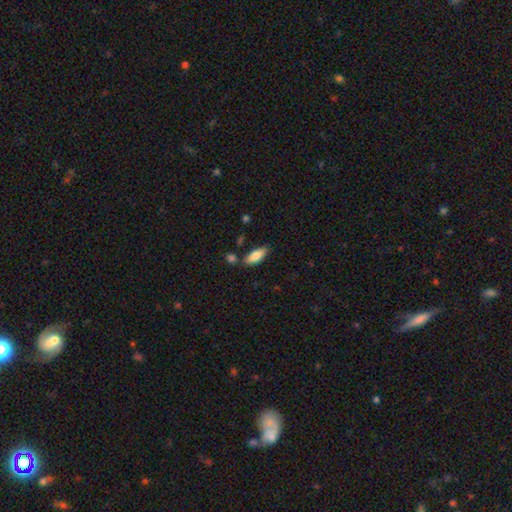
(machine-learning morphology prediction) Q: Smooth or featured?
A: smooth (77%); runner-up: featured or disk (17%)
Q: How rounded?
A: in between (71%); runner-up: cigar-shaped (27%)
Q: Merging?
A: none (76%); runner-up: minor disturbance (15%)